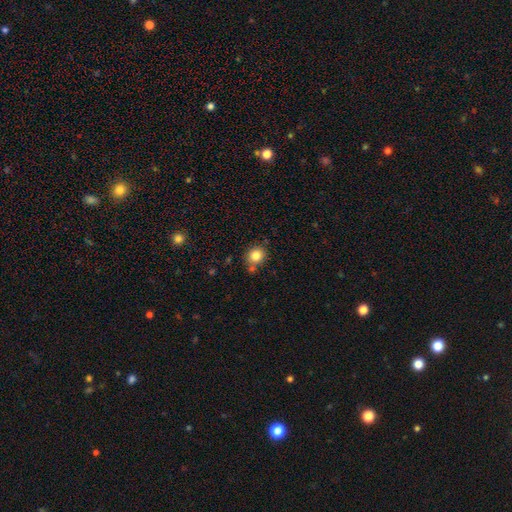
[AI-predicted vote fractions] A smooth galaxy with no disk features (82%) that is round (82%).

Vote fractions:
- Smooth or featured? smooth: 82% / star or artifact: 11% / featured or disk: 7%
- How rounded? round: 82% / in between: 17% / cigar-shaped: 1%
- Merging? none: 74% / minor disturbance: 12% / merger: 11% / major disturbance: 3%